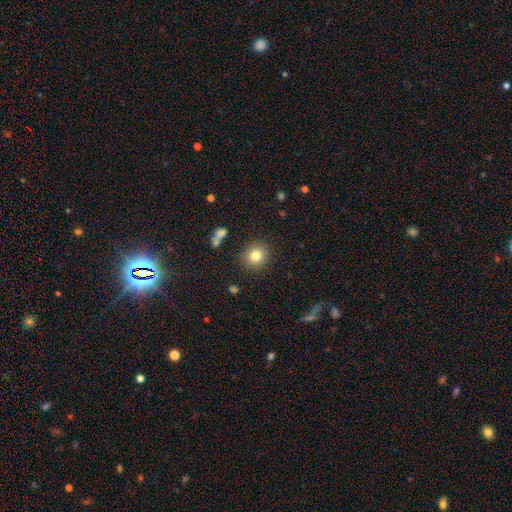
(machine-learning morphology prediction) This is clearly a smooth galaxy (81%). How rounded: clearly round (86%). Merging: clearly none (87%).